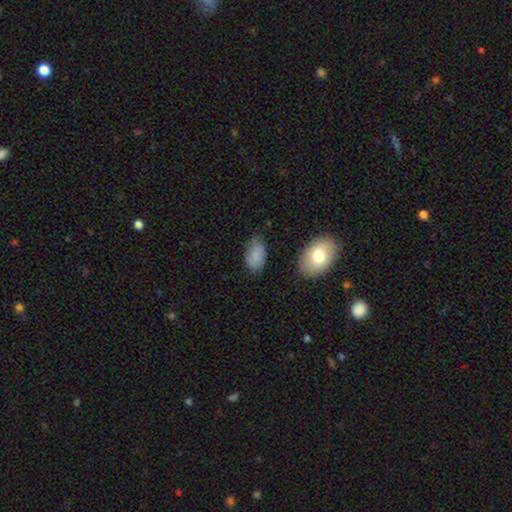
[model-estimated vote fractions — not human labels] Smooth or featured: smooth — 81% (featured or disk — 10%)
How rounded: in between — 93% (round — 6%)
Merging: none — 72% (minor disturbance — 21%)